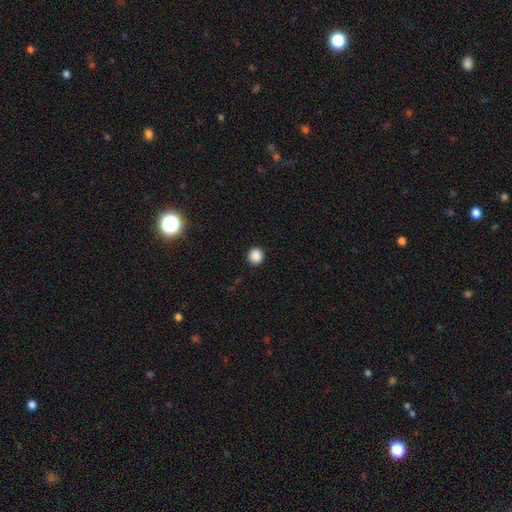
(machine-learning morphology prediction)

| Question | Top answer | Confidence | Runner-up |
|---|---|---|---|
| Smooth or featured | smooth | 87% | star or artifact (10%) |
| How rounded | round | 93% | in between (6%) |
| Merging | none | 93% | minor disturbance (5%) |